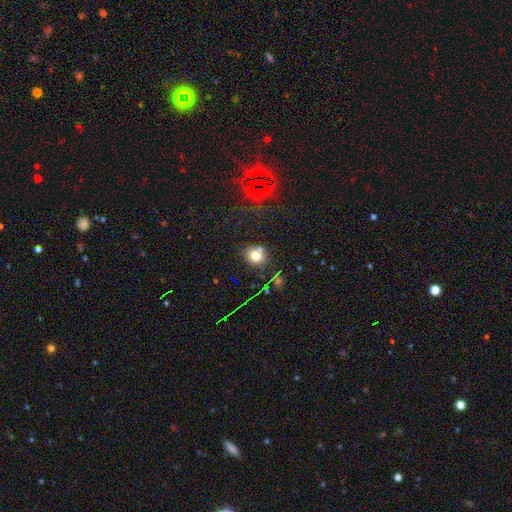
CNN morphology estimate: Smooth or featured: smooth — 73% (star or artifact — 17%)
How rounded: round — 72% (in between — 27%)
Merging: none — 71% (merger — 13%)